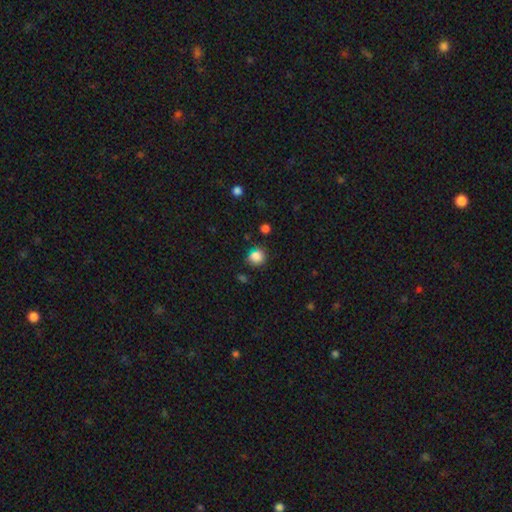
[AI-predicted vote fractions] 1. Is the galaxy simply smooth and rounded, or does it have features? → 84% smooth, 12% star or artifact, 4% featured or disk.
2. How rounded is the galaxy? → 83% round, 16% in between, 1% cigar-shaped.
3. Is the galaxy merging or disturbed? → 76% none, 15% minor disturbance, 4% merger, 4% major disturbance.